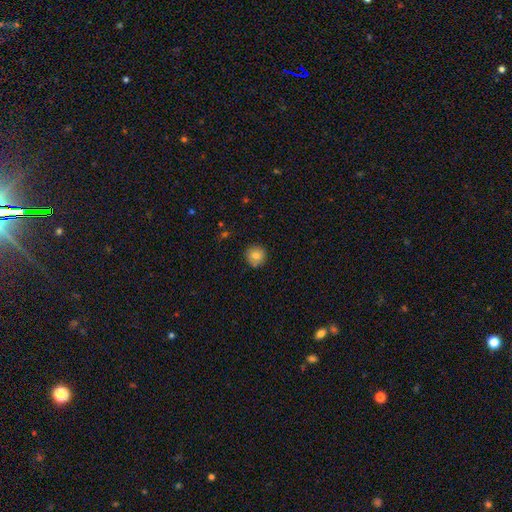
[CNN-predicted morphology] type=smooth (81%); roundness=round (94%); merging=none (88%).